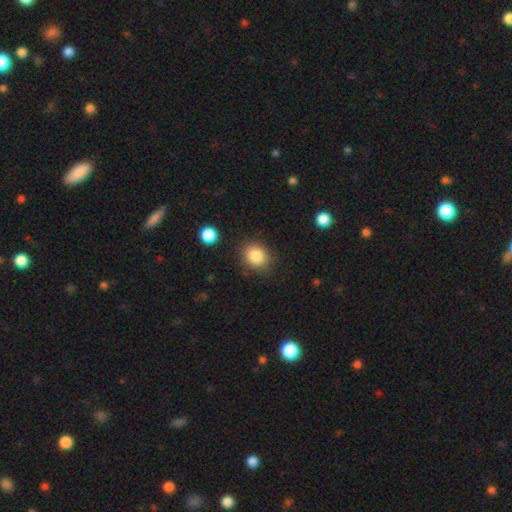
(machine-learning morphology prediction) smooth_or_featured: smooth (p=0.85) [alt: star or artifact p=0.09]
how_rounded: round (p=0.67) [alt: in between p=0.33]
merging: none (p=0.83) [alt: minor disturbance p=0.11]